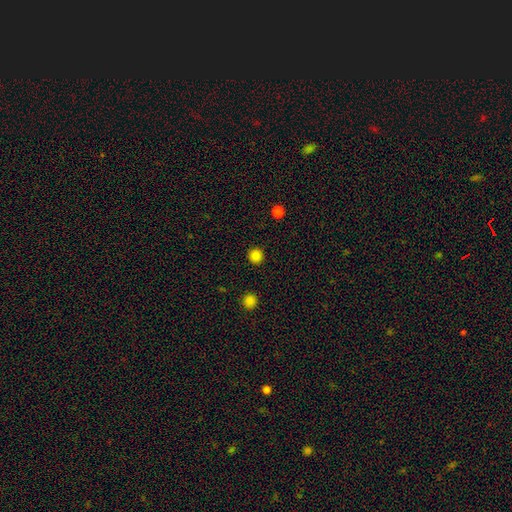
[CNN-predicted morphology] Smooth or featured? smooth (83%)
How rounded? round (95%)
Merging? none (93%)